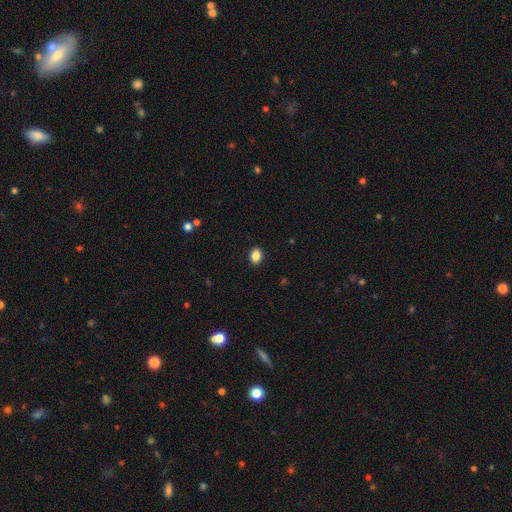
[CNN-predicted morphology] Smooth or featured? smooth (87%)
How rounded? in between (78%)
Merging? none (90%)